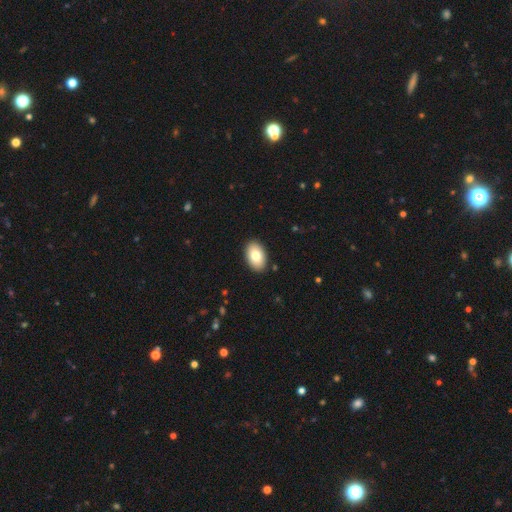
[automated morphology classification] smooth-or-featured: smooth: 80% | featured or disk: 14% | star or artifact: 7%
  how-rounded: in between: 92% | round: 7% | cigar-shaped: 1%
  merging: none: 90% | minor disturbance: 7% | major disturbance: 2% | merger: 1%